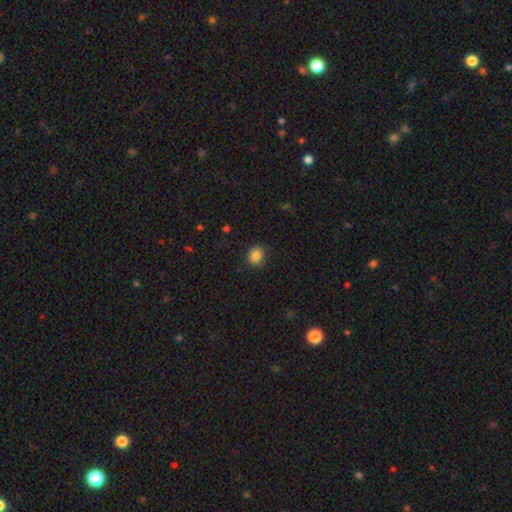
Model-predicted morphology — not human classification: smooth_or_featured: smooth (p=0.85) [alt: star or artifact p=0.10]
how_rounded: round (p=0.72) [alt: in between p=0.27]
merging: none (p=0.85) [alt: minor disturbance p=0.11]